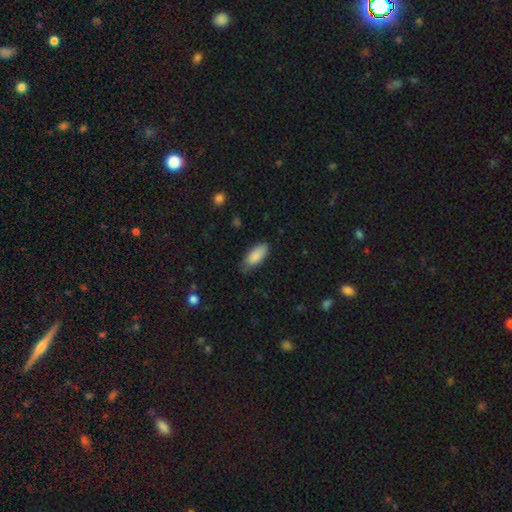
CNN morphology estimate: Smooth or featured? smooth (88%)
How rounded? in between (87%)
Merging? none (74%)